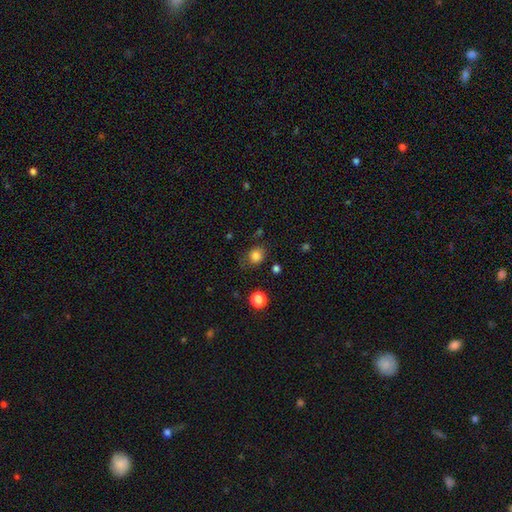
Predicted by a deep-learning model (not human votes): Smooth or featured? Predicted: smooth (p=0.82). How rounded? Predicted: round (p=0.66). Merging? Predicted: none (p=0.72).